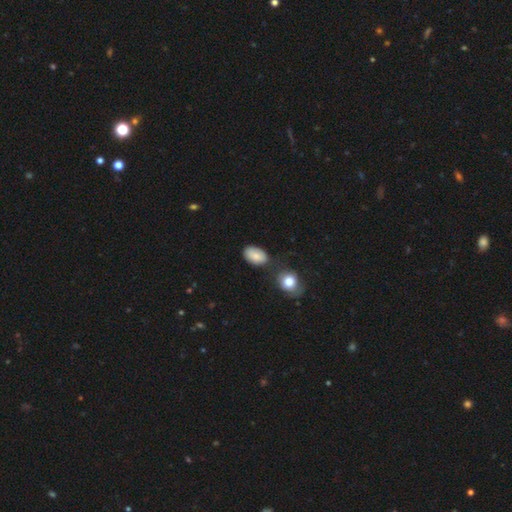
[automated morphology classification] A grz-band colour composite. It shows a smooth galaxy with no disk features (83%) that is in between round and cigar-shaped (90%). Merging: none (67%).